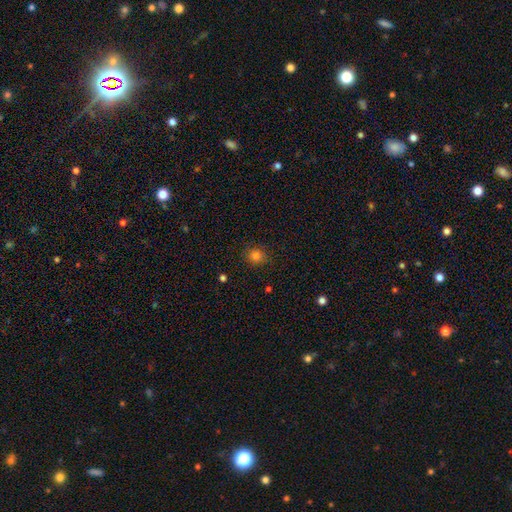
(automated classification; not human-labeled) This appears to be a smooth galaxy with no disk features (81%) that is round (81%). Merging: none (86%).